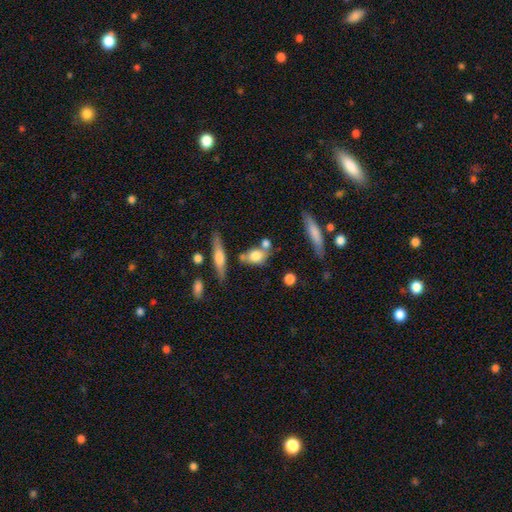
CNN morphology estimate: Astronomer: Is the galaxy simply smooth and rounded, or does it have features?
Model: smooth — 70%.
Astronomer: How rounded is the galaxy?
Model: in between — 54% (runner-up: round, 31%).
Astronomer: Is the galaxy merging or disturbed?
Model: none — 50% (runner-up: merger, 26%).